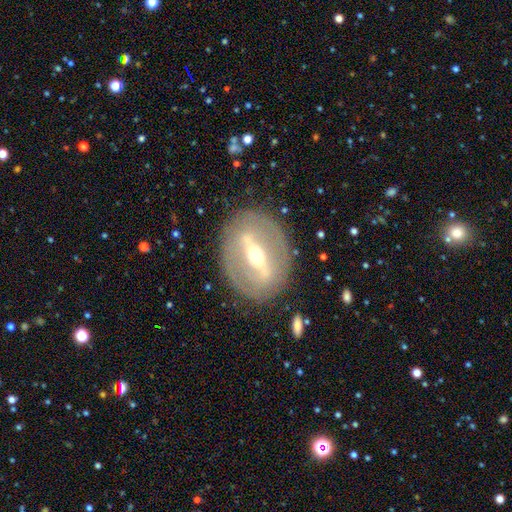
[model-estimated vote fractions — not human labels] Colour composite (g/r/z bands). It shows a featured or disk galaxy (78%) with a strong bar (75%), no spiral arms (72%) and a moderate central bulge (55%). Merging: none (82%).